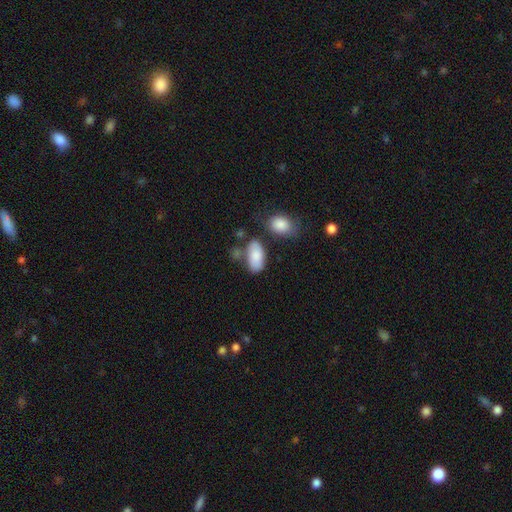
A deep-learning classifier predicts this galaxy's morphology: This is clearly a smooth galaxy (84%). How rounded: clearly in between (94%). Merging: possibly none (57%).